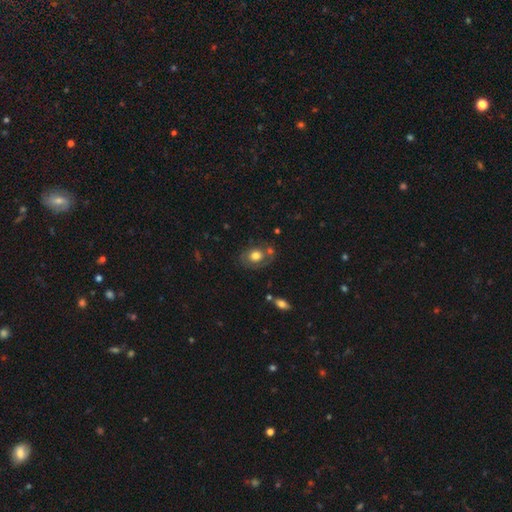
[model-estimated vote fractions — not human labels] The model was most divided on "how rounded": in between: 51%, round: 48%, cigar-shaped: 1%. More confident: smooth or featured — smooth (65%); merging — none (60%).